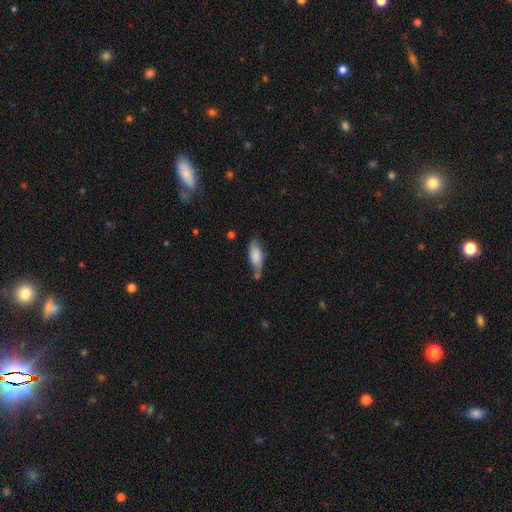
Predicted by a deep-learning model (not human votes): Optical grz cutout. It shows a smooth galaxy with no disk features (75%) that is in between round and cigar-shaped (70%). Merging: none (53%).